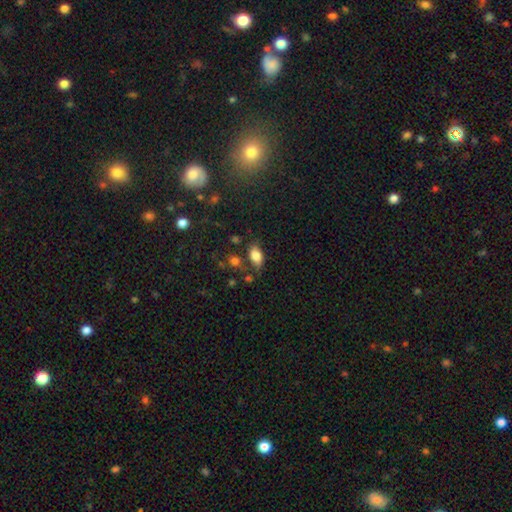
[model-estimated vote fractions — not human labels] This appears to be a smooth galaxy with no disk features (82%) that is in between round and cigar-shaped (90%). Merging: none (68%).